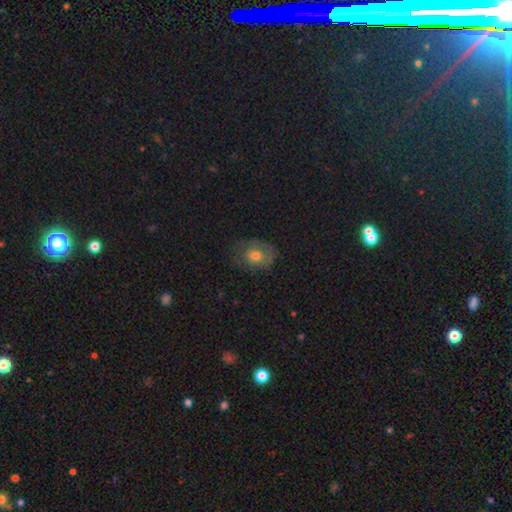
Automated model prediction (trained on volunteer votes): Q: Smooth or featured?
A: smooth (59%); runner-up: featured or disk (31%)
Q: How rounded?
A: in between (52%); runner-up: round (47%)
Q: Merging?
A: none (58%); runner-up: minor disturbance (26%)